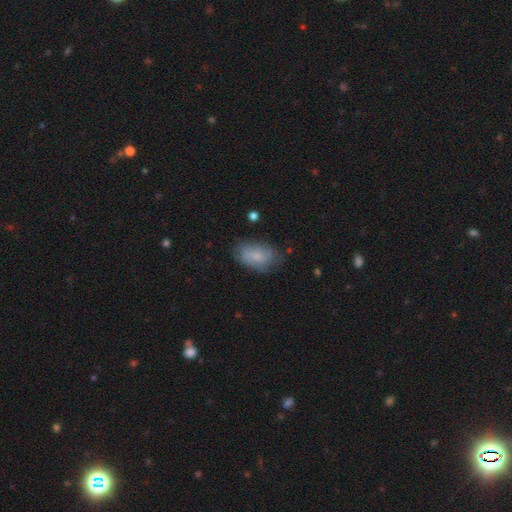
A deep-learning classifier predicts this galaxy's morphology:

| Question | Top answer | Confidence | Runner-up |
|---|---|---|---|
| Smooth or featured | smooth | 71% | featured or disk (21%) |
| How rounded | in between | 91% | round (6%) |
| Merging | none | 69% | minor disturbance (23%) |